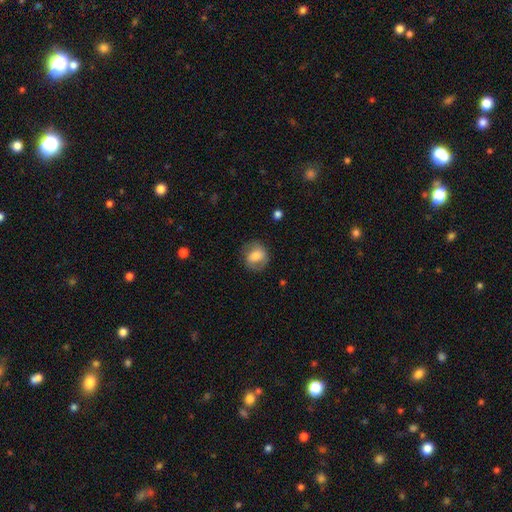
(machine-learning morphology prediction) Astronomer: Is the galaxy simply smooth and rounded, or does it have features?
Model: smooth — 67%.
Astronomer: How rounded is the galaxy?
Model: round — 63%.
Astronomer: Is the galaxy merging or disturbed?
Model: none — 71%.